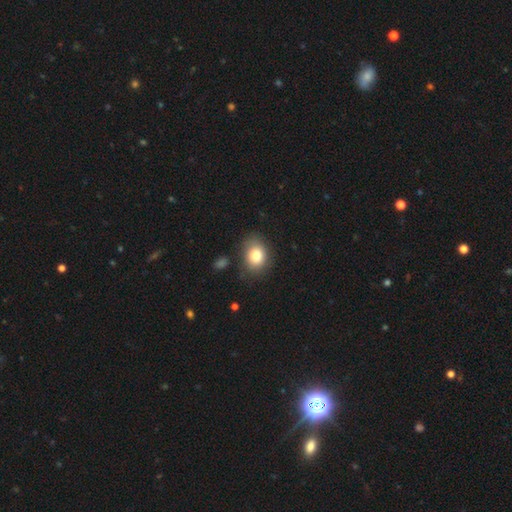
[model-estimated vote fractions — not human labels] This is clearly a smooth galaxy (81%). How rounded: possibly in between (56%). Merging: likely none (78%).